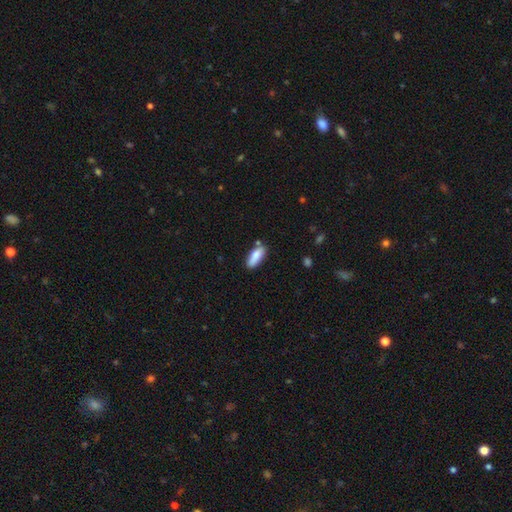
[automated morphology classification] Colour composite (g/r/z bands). It shows a smooth galaxy with no disk features (81%) that is in between round and cigar-shaped (68%). Merging: none (71%).